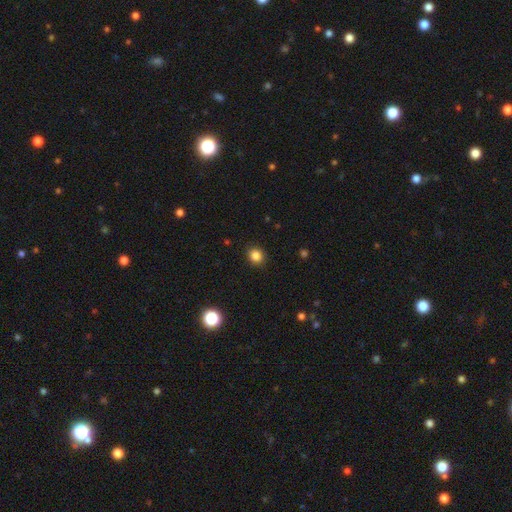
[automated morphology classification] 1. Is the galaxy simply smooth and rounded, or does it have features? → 85% smooth, 12% star or artifact, 4% featured or disk.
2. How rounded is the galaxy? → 80% round, 20% in between, 1% cigar-shaped.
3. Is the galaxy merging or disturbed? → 91% none, 6% minor disturbance, 2% major disturbance, 1% merger.